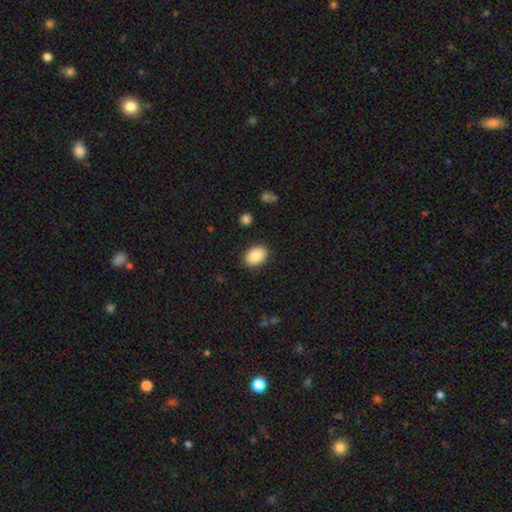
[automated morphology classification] Q: Smooth or featured?
A: smooth (89%); runner-up: star or artifact (7%)
Q: How rounded?
A: in between (79%); runner-up: round (20%)
Q: Merging?
A: none (88%); runner-up: minor disturbance (9%)